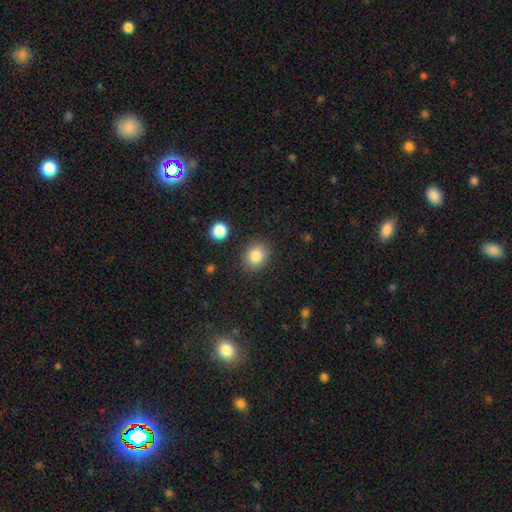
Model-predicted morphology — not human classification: type=smooth (83%); roundness=round (67%); merging=none (86%).